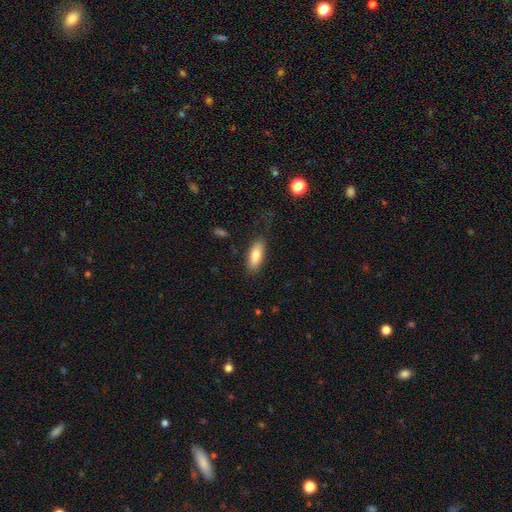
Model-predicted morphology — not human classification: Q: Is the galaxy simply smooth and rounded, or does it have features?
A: smooth — 83%.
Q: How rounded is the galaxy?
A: in between — 79%.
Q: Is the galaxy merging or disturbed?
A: none — 79%.